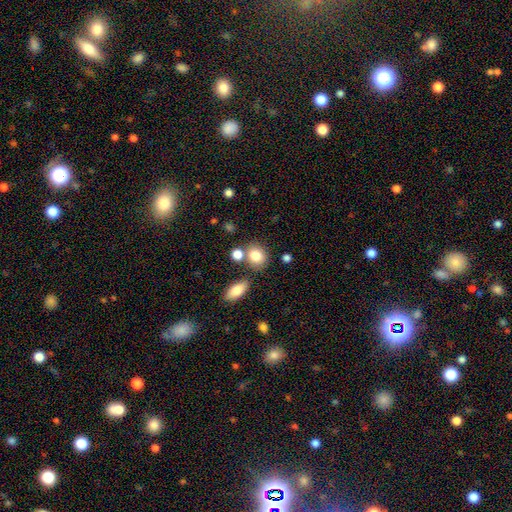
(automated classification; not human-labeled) smooth 83%, star or artifact 9%, featured or disk 8%. Down the decision tree: how rounded — round (58%); merging — none (66%).